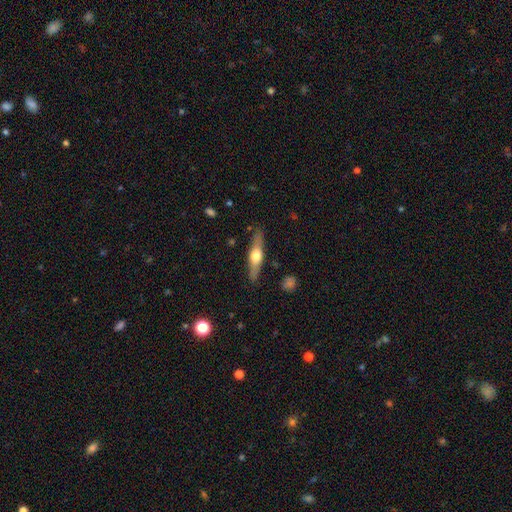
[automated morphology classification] A featured or disk galaxy (55%) viewed edge-on (93%) with a rounded central bulge (94%).

Vote fractions:
- Smooth or featured? featured or disk: 55% / smooth: 39% / star or artifact: 6%
- Edge-on disk? yes: 93% / no: 7%
- Edge-on bulge? rounded: 94% / boxy: 3% / none: 3%
- Merging? none: 87% / minor disturbance: 9% / major disturbance: 2% / merger: 2%